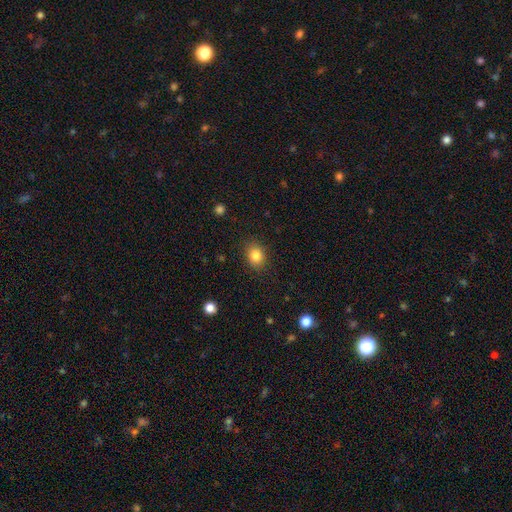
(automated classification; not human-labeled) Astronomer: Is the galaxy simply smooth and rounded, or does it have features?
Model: smooth — 84%.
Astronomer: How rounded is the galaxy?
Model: round — 51% (runner-up: in between, 48%).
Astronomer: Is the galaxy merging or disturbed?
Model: none — 86%.